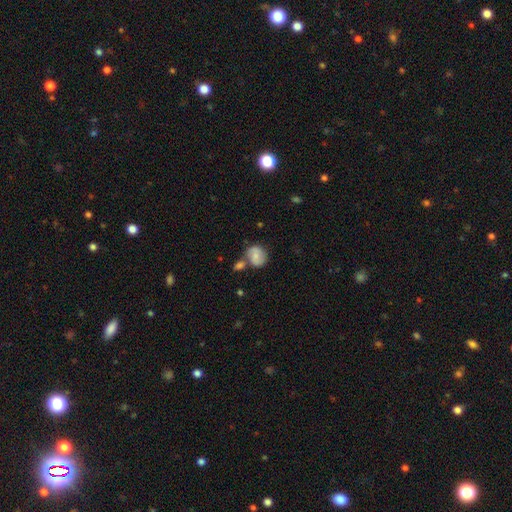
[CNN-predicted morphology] smooth-or-featured: smooth: 66% | featured or disk: 25% | star or artifact: 8%
  how-rounded: round: 67% | in between: 32% | cigar-shaped: 1%
  merging: none: 49% | merger: 29% | minor disturbance: 17% | major disturbance: 5%